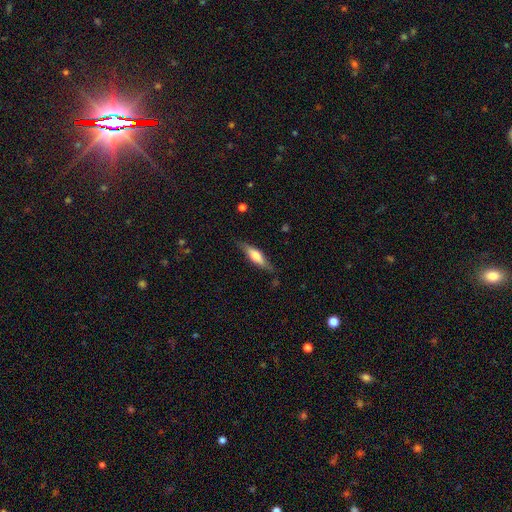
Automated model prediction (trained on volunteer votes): Smooth or featured? smooth (51%)
How rounded? cigar-shaped (67%)
Merging? none (80%)